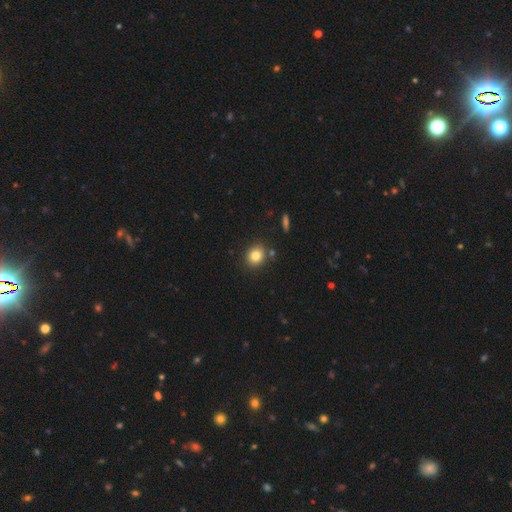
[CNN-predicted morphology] type=smooth (82%); roundness=round (70%); merging=none (84%).